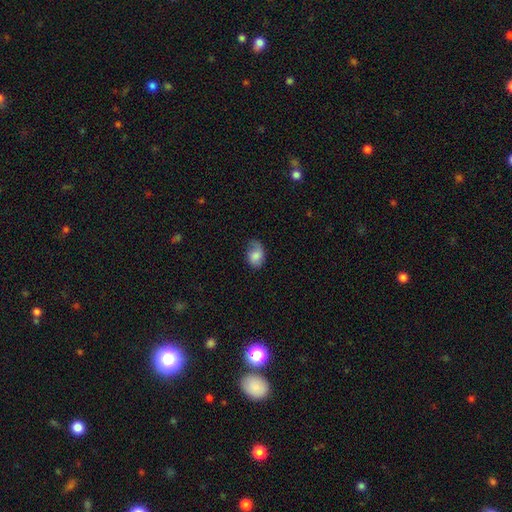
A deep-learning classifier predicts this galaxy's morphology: Q: Smooth or featured?
A: smooth (69%); runner-up: featured or disk (22%)
Q: How rounded?
A: in between (79%); runner-up: round (20%)
Q: Merging?
A: none (50%); runner-up: minor disturbance (33%)